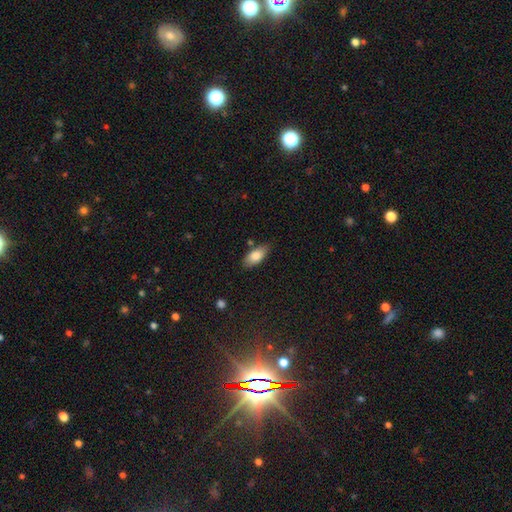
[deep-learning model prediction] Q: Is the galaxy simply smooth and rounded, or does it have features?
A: smooth — 82%.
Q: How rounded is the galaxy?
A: in between — 88%.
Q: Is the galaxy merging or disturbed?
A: none — 77%.